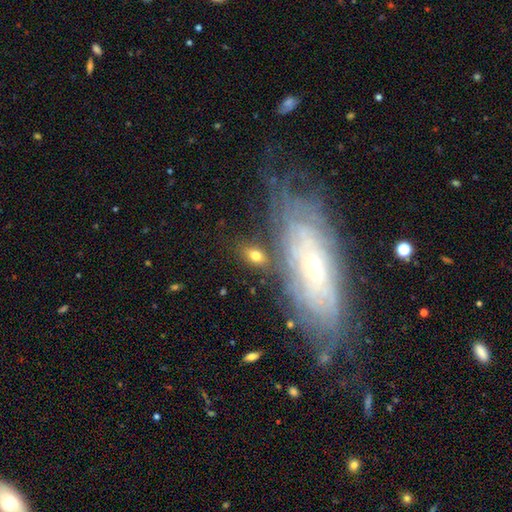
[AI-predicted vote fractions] The model was most divided on "smooth or featured": smooth: 67%, featured or disk: 24%, star or artifact: 9%. More confident: how rounded — in between (85%); merging — none (77%).